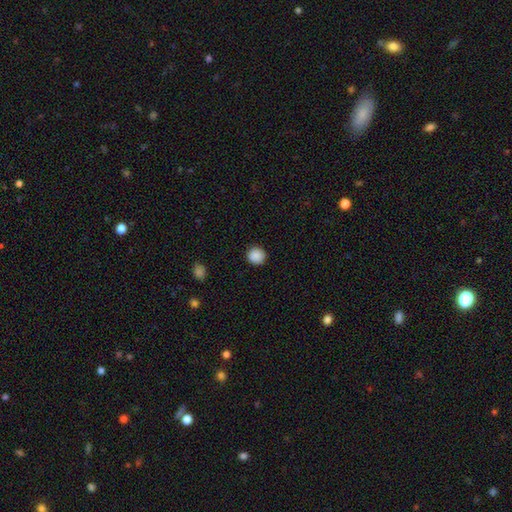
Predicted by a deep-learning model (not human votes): smooth-or-featured: smooth: 89% | star or artifact: 9% | featured or disk: 2%
  how-rounded: round: 94% | in between: 5% | cigar-shaped: 1%
  merging: none: 92% | minor disturbance: 5% | major disturbance: 2% | merger: 1%